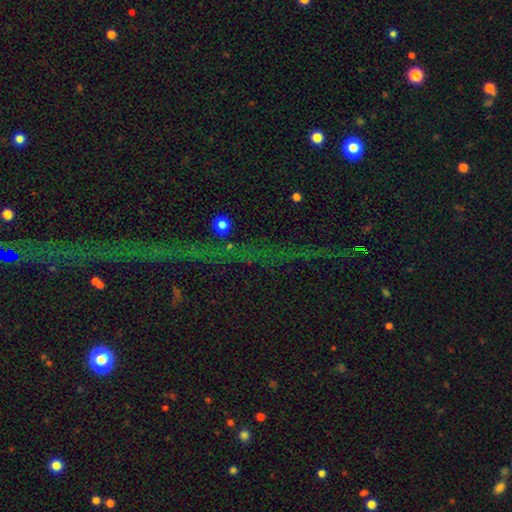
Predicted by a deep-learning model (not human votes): smooth-or-featured: star or artifact: 81% | featured or disk: 11% | smooth: 8%